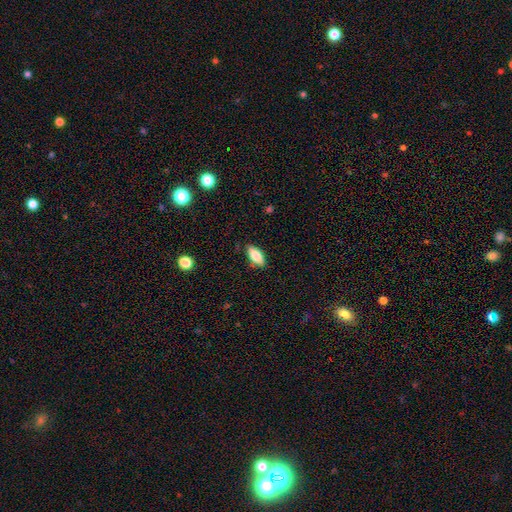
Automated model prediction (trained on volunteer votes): A smooth galaxy with no disk features (83%) that is in between round and cigar-shaped (82%). Merging: none (83%).